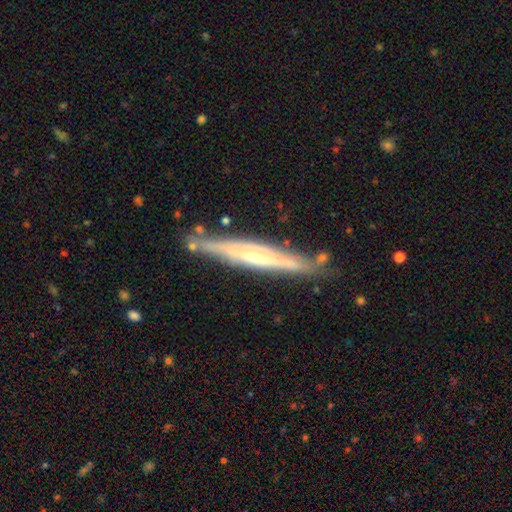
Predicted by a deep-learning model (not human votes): Smooth or featured: featured or disk — 69% (smooth — 25%)
Edge-on disk: yes — 91% (no — 9%)
Edge-on bulge: rounded — 50% (none — 41%)
Merging: none — 79% (minor disturbance — 15%)